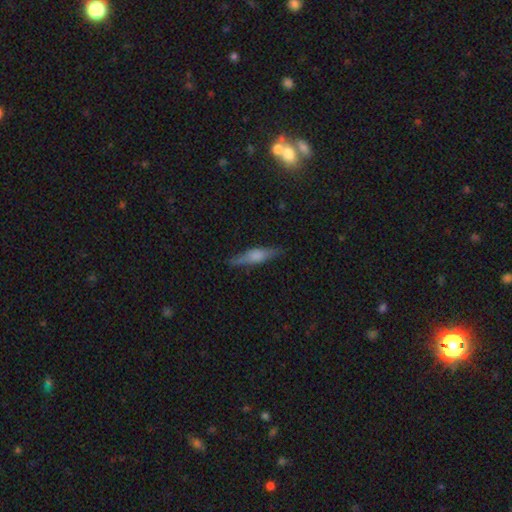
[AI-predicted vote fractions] Smooth or featured?
  - smooth: 48% *
  - featured or disk: 44%
  - star or artifact: 7%
Merging?
  - none: 81% *
  - minor disturbance: 14%
  - major disturbance: 3%
  - merger: 1%